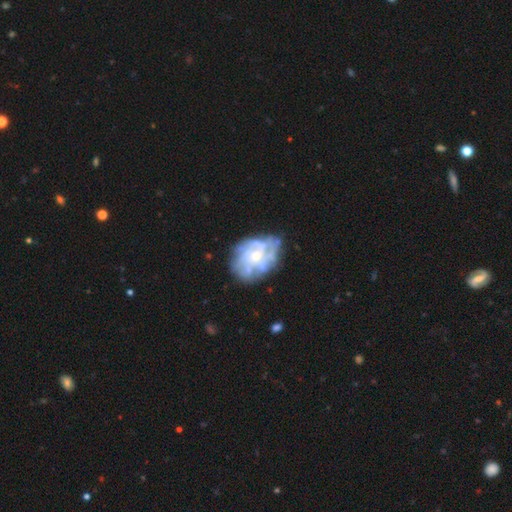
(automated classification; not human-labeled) Smooth or featured? Predicted: featured or disk (p=0.75). Edge-on disk? Predicted: no (p=0.97). Bar? Predicted: no (p=0.80). Spiral arms? Predicted: yes (p=0.59). Bulge size? Predicted: moderate (p=0.49). Merging? Predicted: none (p=0.62).